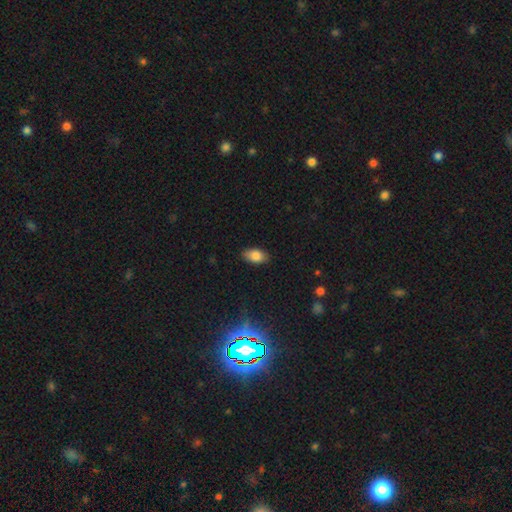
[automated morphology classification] Smooth or featured? Predicted: smooth (p=0.83). How rounded? Predicted: in between (p=0.91). Merging? Predicted: none (p=0.84).